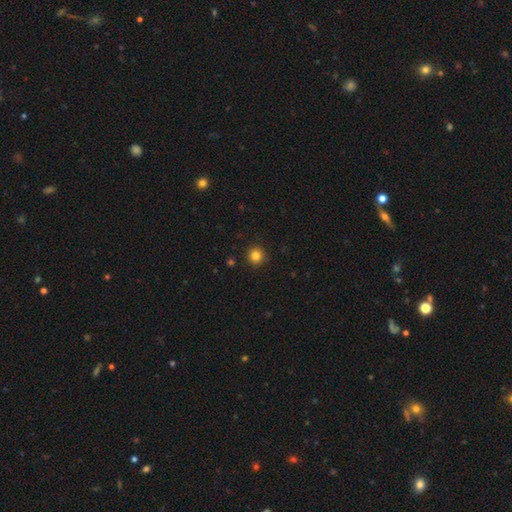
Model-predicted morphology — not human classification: Smooth or featured: smooth — 83% (star or artifact — 12%)
How rounded: round — 95% (in between — 4%)
Merging: none — 93% (minor disturbance — 5%)